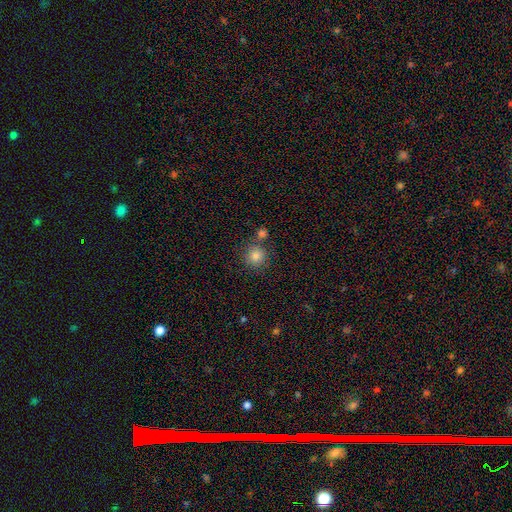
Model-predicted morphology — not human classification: Overall: smooth (82%). How rounded: round (93%). Merging: none (74%).